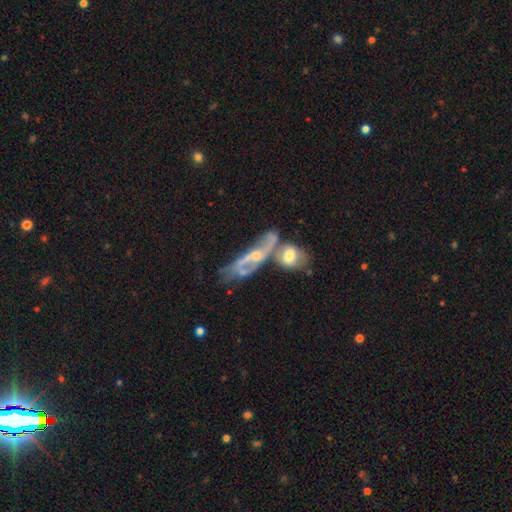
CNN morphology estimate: A featured or disk galaxy (71%) with no bar (57%), spiral arms (68%) and a moderate central bulge (47%).

Vote fractions:
- Smooth or featured? featured or disk: 71% / smooth: 20% / star or artifact: 9%
- Edge-on disk? no: 77% / yes: 23%
- Bar? no: 57% / weak: 30% / strong: 14%
- Spiral arms? yes: 68% / no: 32%
- Bulge size? moderate: 47% / small: 42% / none: 6% / large: 3% / dominant: 1%
- Merging? merger: 55% / none: 20% / major disturbance: 14% / minor disturbance: 12%